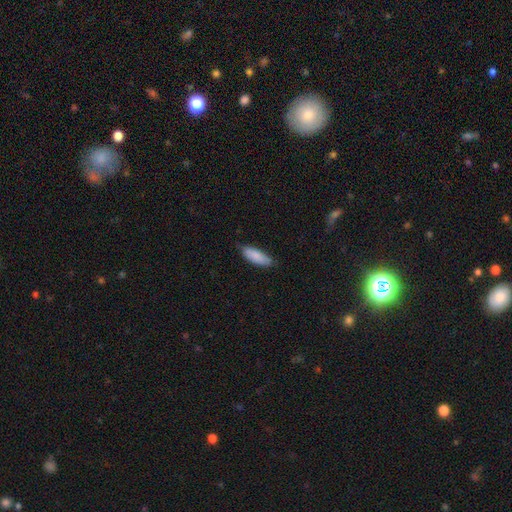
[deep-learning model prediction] Smooth or featured? smooth (86%)
How rounded? in between (63%)
Merging? none (76%)